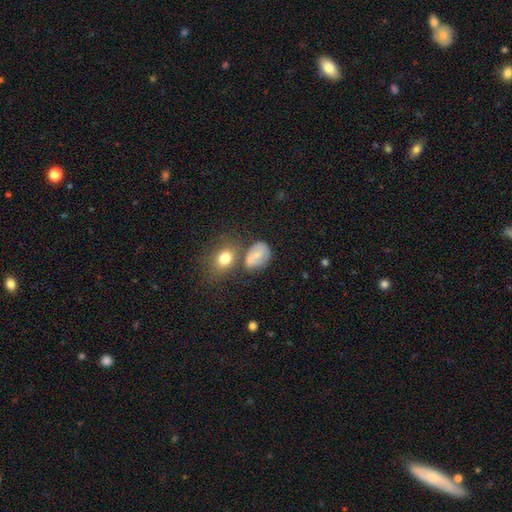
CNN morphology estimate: smooth-or-featured: smooth: 57% | featured or disk: 32% | star or artifact: 11%
  how-rounded: in between: 64% | round: 35% | cigar-shaped: 1%
  merging: none: 49% | minor disturbance: 23% | merger: 17% | major disturbance: 10%